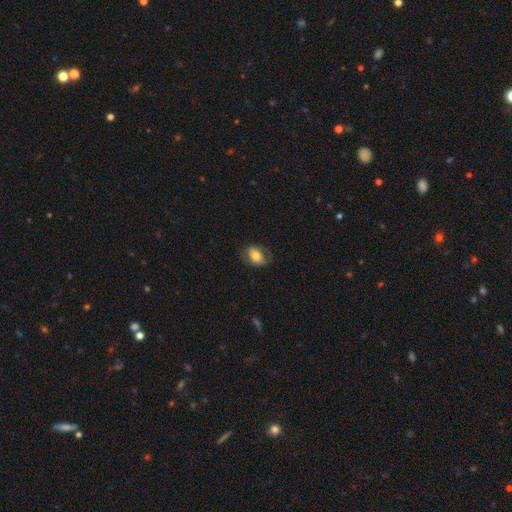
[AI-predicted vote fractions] This is likely a smooth galaxy (65%). How rounded: clearly in between (81%). Merging: likely none (71%).